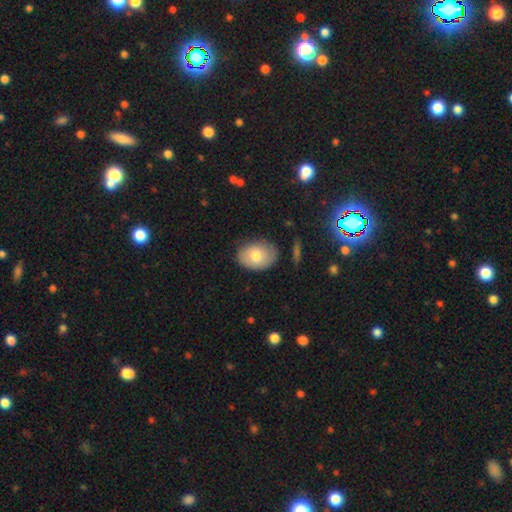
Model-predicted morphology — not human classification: This appears to be a smooth galaxy with no disk features (75%) that is in between round and cigar-shaped (75%). Merging: none (77%).